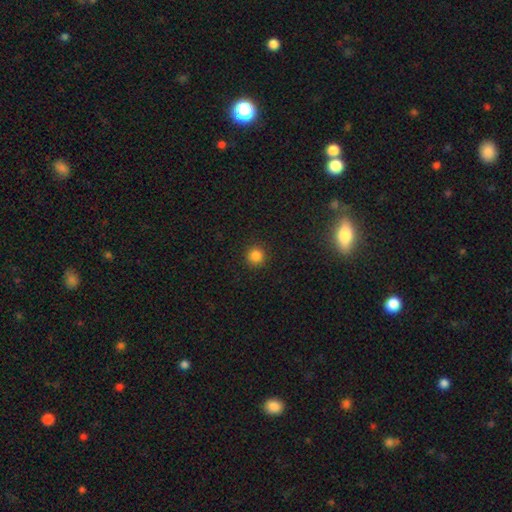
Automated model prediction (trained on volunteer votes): The model was most divided on "smooth or featured": smooth: 84%, star or artifact: 12%, featured or disk: 4%. More confident: how rounded — round (95%); merging — none (92%).